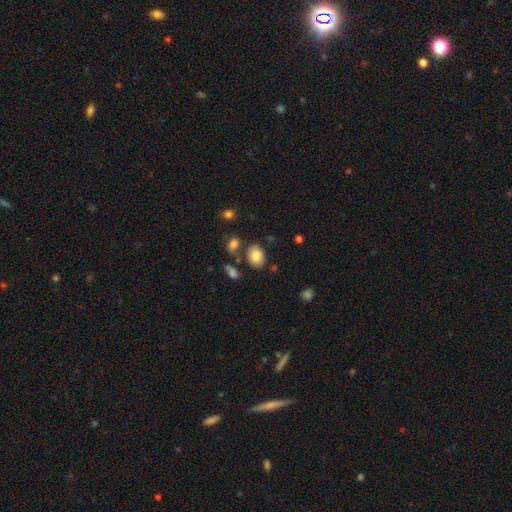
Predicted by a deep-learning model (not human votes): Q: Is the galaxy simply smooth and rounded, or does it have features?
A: smooth — 82%.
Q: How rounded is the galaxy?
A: in between — 66%.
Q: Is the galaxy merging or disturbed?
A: none — 77%.